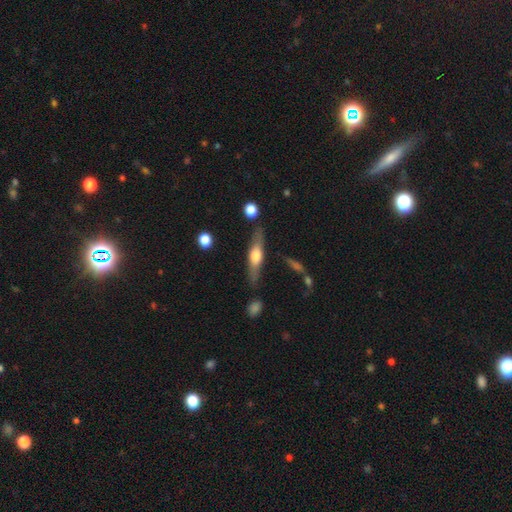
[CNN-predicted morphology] Smooth or featured?
  - featured or disk: 56% *
  - smooth: 38%
  - star or artifact: 6%
Edge-on disk?
  - yes: 91% *
  - no: 9%
Edge-on bulge?
  - rounded: 87% *
  - boxy: 10%
  - none: 3%
Merging?
  - none: 79% *
  - minor disturbance: 13%
  - merger: 4%
  - major disturbance: 4%